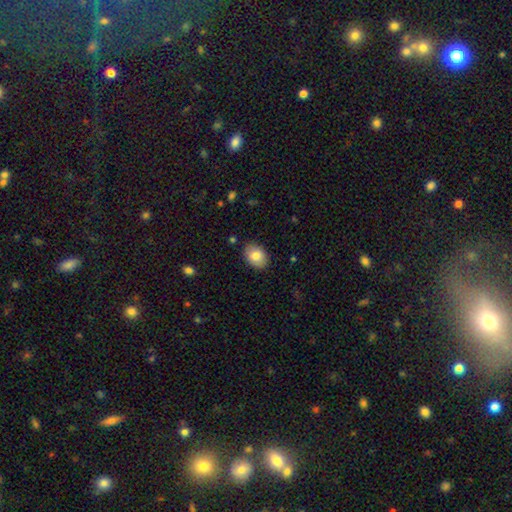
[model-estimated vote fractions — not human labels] smooth 84%, featured or disk 9%, star or artifact 7%. Down the decision tree: how rounded — in between (78%); merging — none (87%).